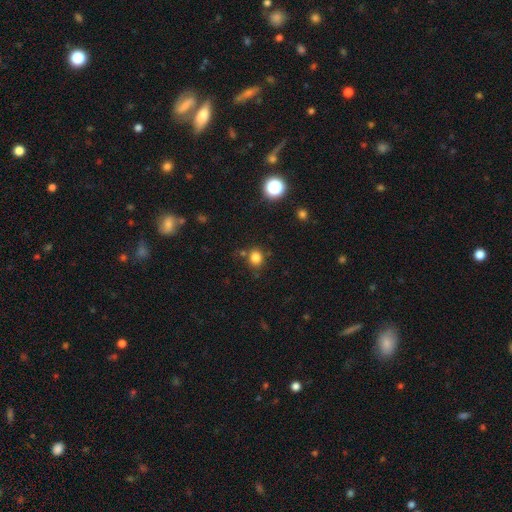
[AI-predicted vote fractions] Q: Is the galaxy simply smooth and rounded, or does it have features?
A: smooth — 81%.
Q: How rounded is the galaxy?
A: round — 75%.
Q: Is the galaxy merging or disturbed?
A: none — 77%.